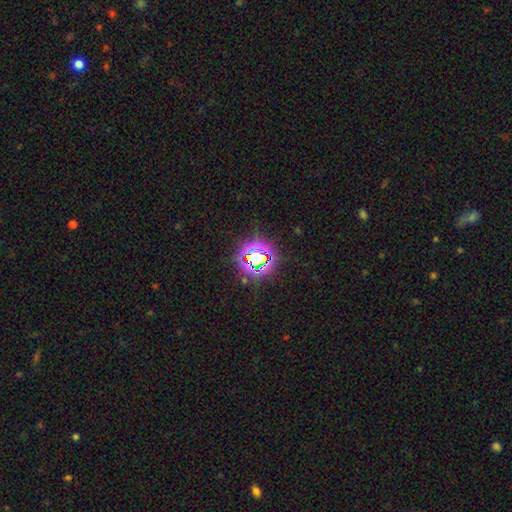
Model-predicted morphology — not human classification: smooth_or_featured: star or artifact (p=0.68) [alt: smooth p=0.22]